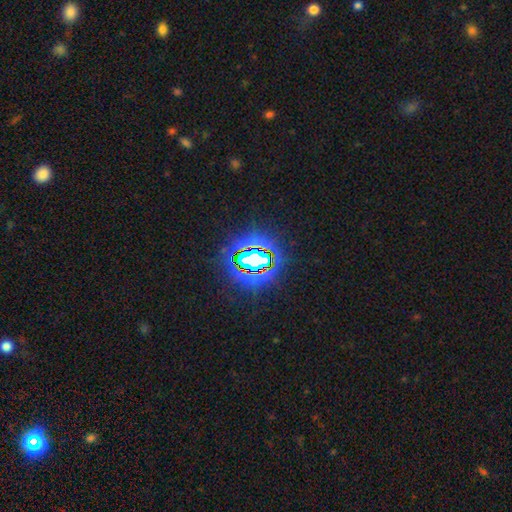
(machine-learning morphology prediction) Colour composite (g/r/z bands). It shows a star or artifact, not a galaxy (83%).